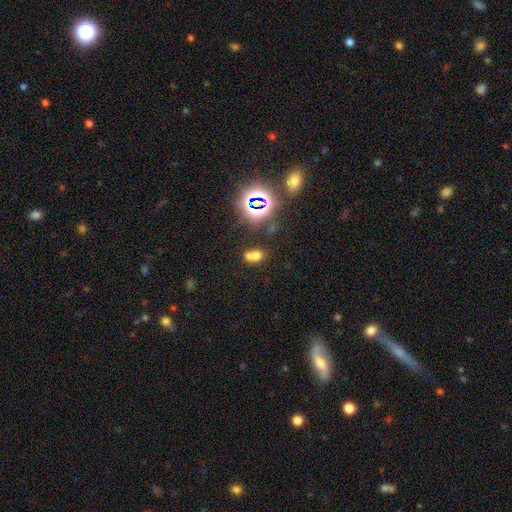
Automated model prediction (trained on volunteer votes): This appears to be a smooth galaxy with no disk features (60%) that is round (51%). Merging: merger (53%).